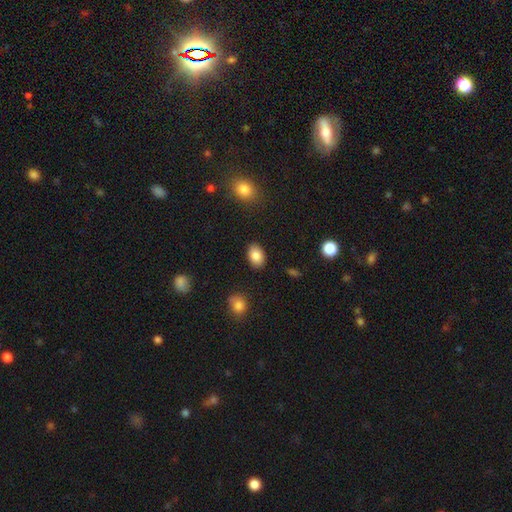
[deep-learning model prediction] The model was most divided on "how rounded": in between: 86%, round: 13%, cigar-shaped: 1%. More confident: merging — none (87%); smooth or featured — smooth (85%).